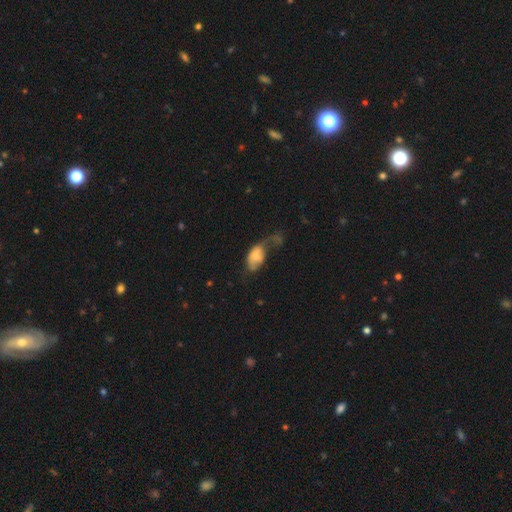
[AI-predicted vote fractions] The model was most divided on "merging": major disturbance: 44%, minor disturbance: 23%, merger: 17%, none: 17%. More confident: how rounded — in between (91%); smooth or featured — smooth (66%).